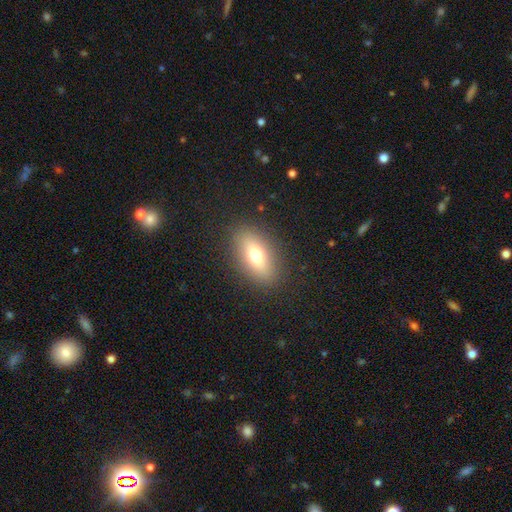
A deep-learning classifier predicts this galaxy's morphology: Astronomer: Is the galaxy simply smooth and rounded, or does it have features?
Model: smooth — 68%.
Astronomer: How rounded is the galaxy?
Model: in between — 80%.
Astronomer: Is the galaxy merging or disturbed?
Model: none — 87%.